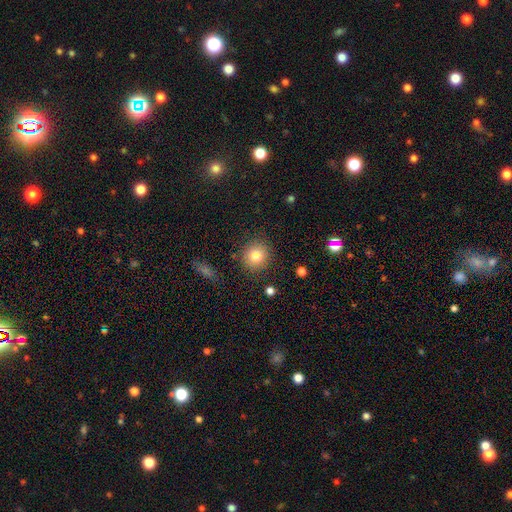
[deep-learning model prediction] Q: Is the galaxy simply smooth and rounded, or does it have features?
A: smooth — 79%.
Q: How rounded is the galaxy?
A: round — 92%.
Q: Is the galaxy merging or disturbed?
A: none — 87%.